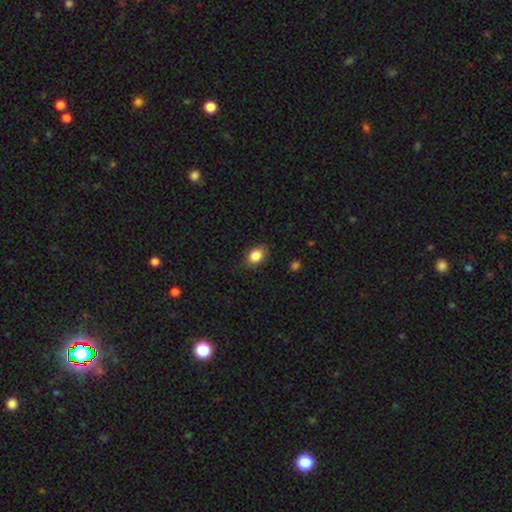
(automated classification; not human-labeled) Smooth or featured: smooth — 86% (star or artifact — 8%)
How rounded: in between — 70% (round — 28%)
Merging: none — 80% (minor disturbance — 16%)